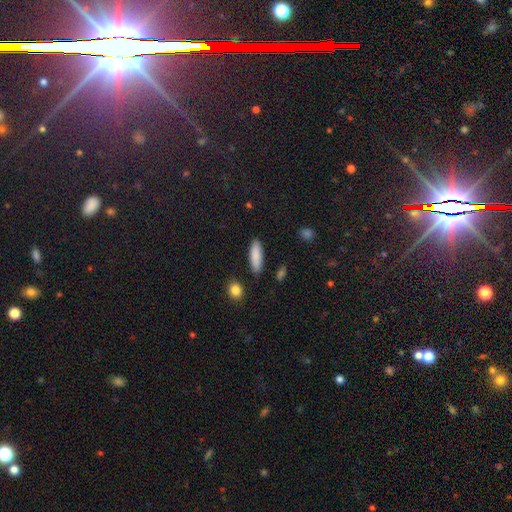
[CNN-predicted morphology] smooth 88%, featured or disk 6%, star or artifact 6%. Down the decision tree: how rounded — cigar-shaped (52%); merging — none (87%).